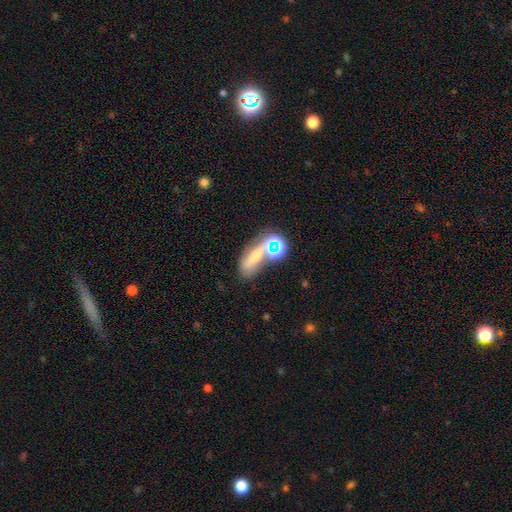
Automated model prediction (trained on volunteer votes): Smooth or featured: smooth — 49% (star or artifact — 26%)
Merging: none — 36% (merger — 32%)